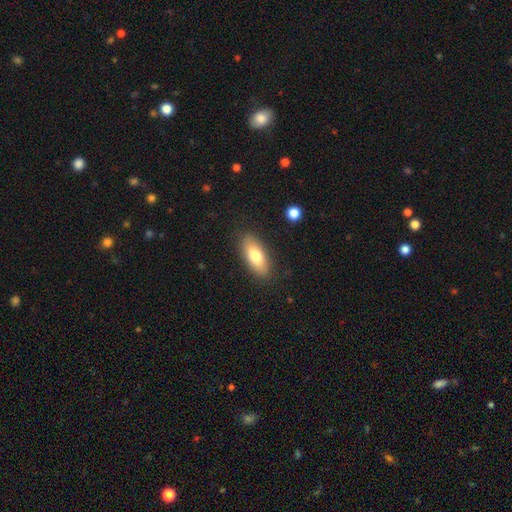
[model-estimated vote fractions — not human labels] Overall: smooth (76%). How rounded: in between (82%). Merging: none (85%).